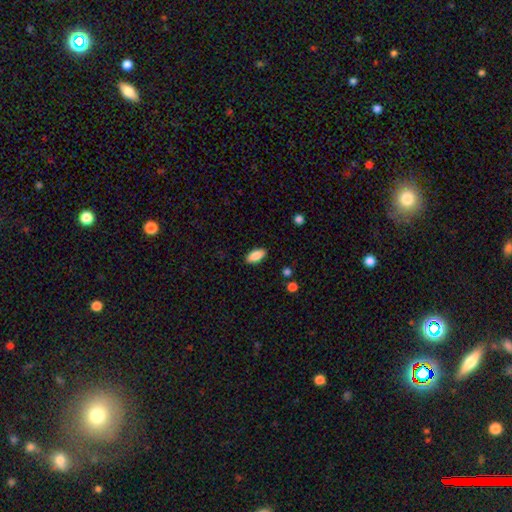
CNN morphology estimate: Overall: smooth (88%). How rounded: in between (90%). Merging: none (87%).